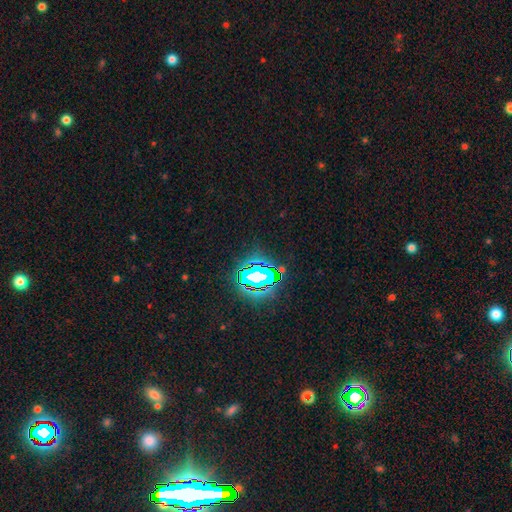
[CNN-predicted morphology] smooth_or_featured: star or artifact (p=0.79) [alt: smooth p=0.13]